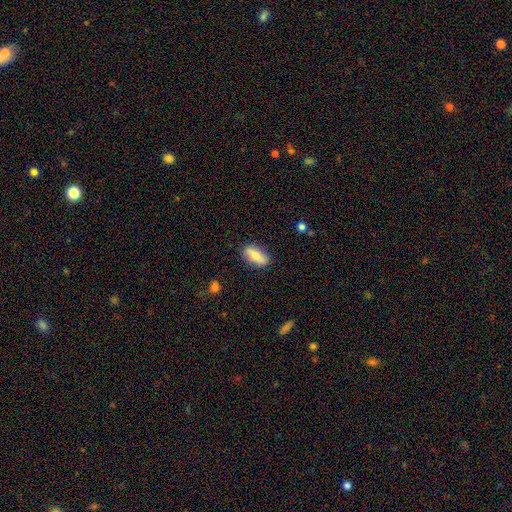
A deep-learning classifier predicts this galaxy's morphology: Smooth or featured? Predicted: smooth (p=0.68). How rounded? Predicted: in between (p=0.76). Merging? Predicted: none (p=0.84).